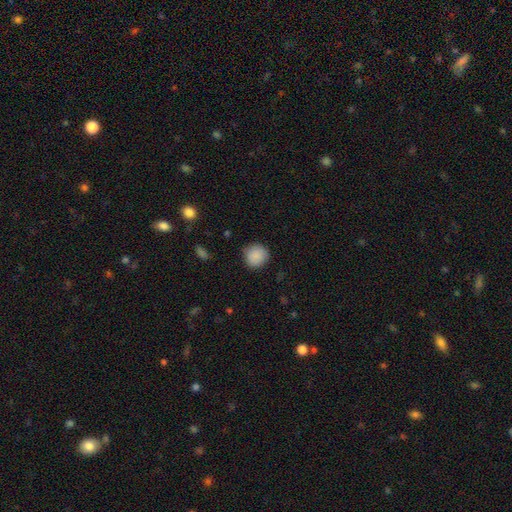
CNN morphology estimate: Q: Smooth or featured?
A: smooth (88%); runner-up: star or artifact (8%)
Q: How rounded?
A: round (91%); runner-up: in between (8%)
Q: Merging?
A: none (86%); runner-up: minor disturbance (10%)